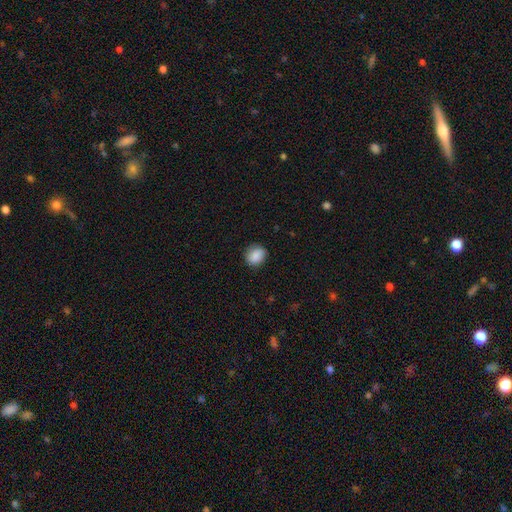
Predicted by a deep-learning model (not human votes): The model was most divided on "how rounded": round: 68%, in between: 31%, cigar-shaped: 1%. More confident: smooth or featured — smooth (88%); merging — none (85%).